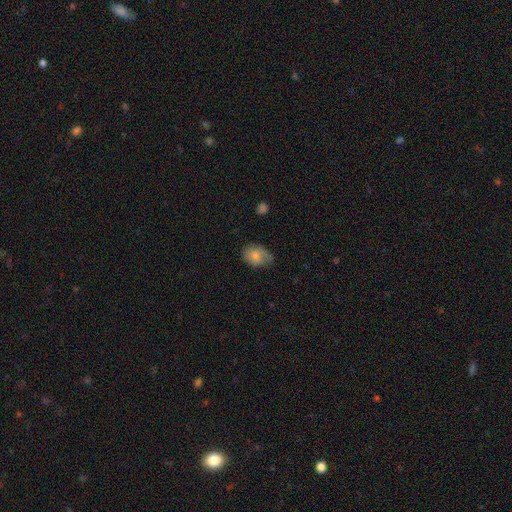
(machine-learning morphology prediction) Q: Smooth or featured?
A: smooth (75%); runner-up: featured or disk (17%)
Q: How rounded?
A: in between (74%); runner-up: round (25%)
Q: Merging?
A: none (53%); runner-up: minor disturbance (35%)